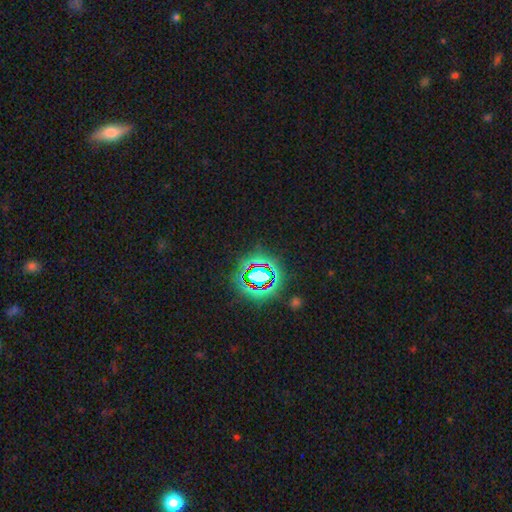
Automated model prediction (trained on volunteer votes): Q: Smooth or featured?
A: star or artifact (76%); runner-up: smooth (14%)